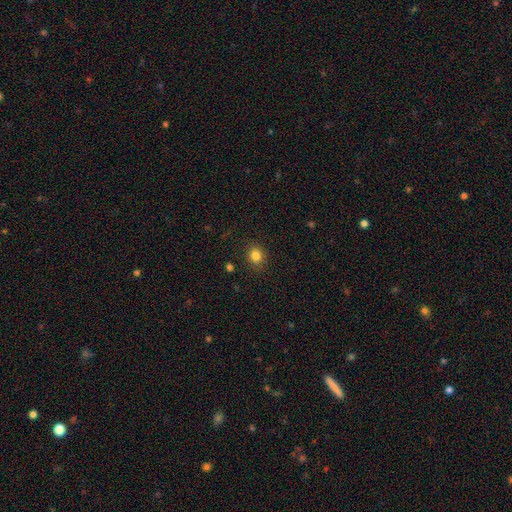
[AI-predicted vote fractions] Overall: smooth (82%). How rounded: round (68%; in between 31%). Merging: none (87%).